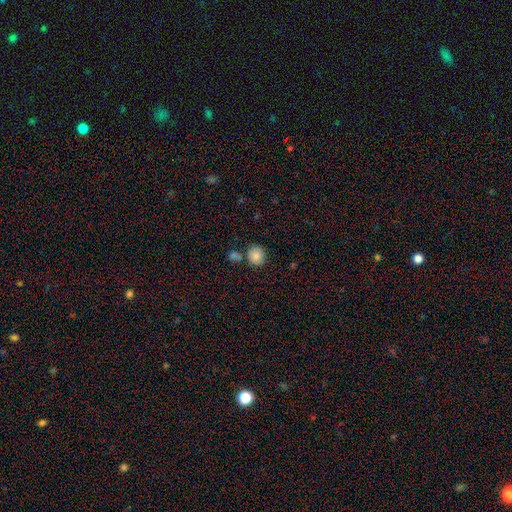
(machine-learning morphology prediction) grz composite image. It shows a smooth galaxy with no disk features (84%) that is round (84%). Merging: none (71%).